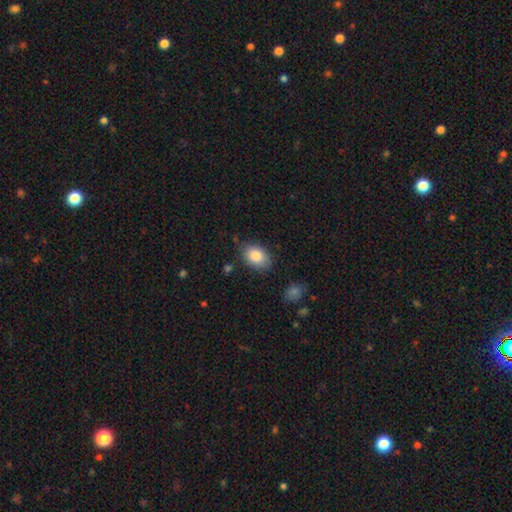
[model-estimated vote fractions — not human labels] The model was most divided on "merging": none: 80%, minor disturbance: 15%, major disturbance: 3%, merger: 2%. More confident: smooth or featured — smooth (85%); how rounded — in between (84%).